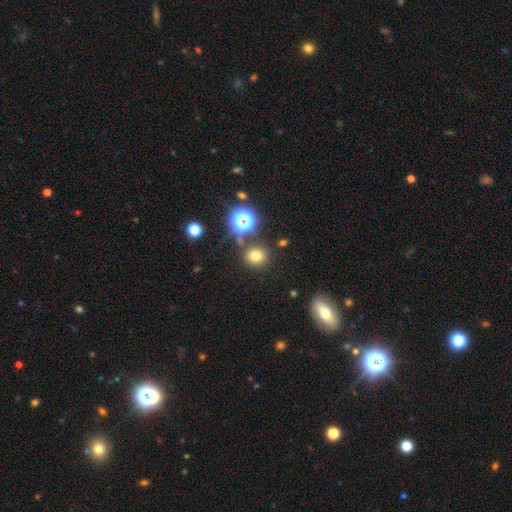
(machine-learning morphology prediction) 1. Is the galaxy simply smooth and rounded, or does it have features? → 73% smooth, 20% star or artifact, 7% featured or disk.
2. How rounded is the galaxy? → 80% round, 18% in between, 1% cigar-shaped.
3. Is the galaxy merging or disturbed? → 80% none, 9% minor disturbance, 7% merger, 4% major disturbance.